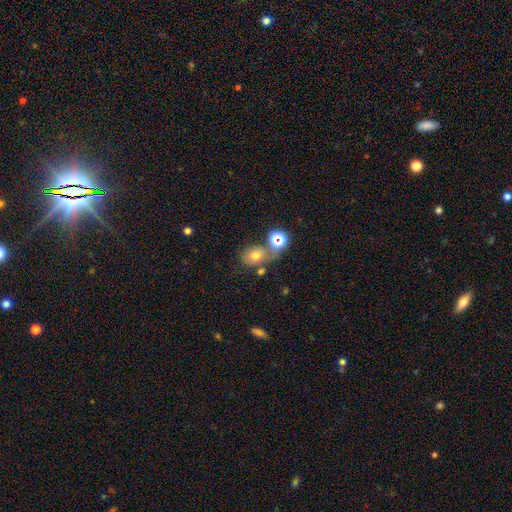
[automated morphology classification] Smooth or featured: smooth — 68% (star or artifact — 16%)
How rounded: in between — 60% (round — 39%)
Merging: none — 49% (merger — 25%)